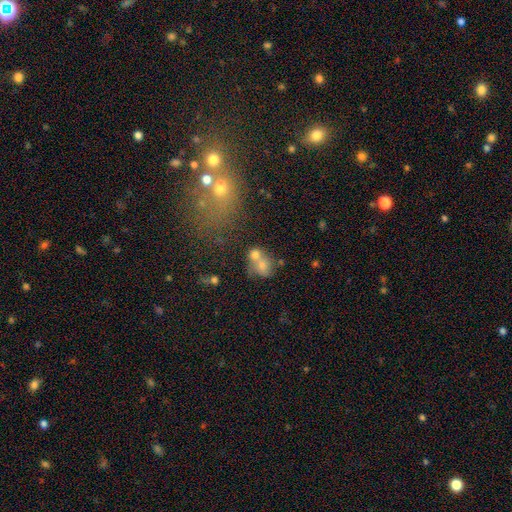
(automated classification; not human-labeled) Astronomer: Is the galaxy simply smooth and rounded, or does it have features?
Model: smooth — 61%.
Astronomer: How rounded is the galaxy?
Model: round — 54% (runner-up: in between, 44%).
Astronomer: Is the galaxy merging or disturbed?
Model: merger — 50% (runner-up: none, 33%).